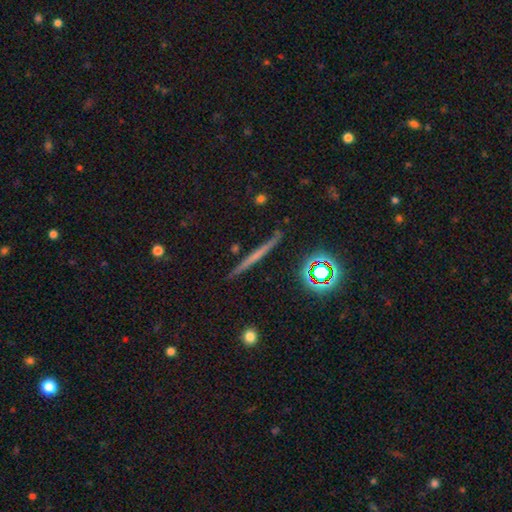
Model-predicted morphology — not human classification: A featured or disk galaxy (50%).

Vote fractions:
- Smooth or featured? featured or disk: 50% / smooth: 37% / star or artifact: 14%
- Merging? none: 90% / minor disturbance: 7% / major disturbance: 2% / merger: 2%